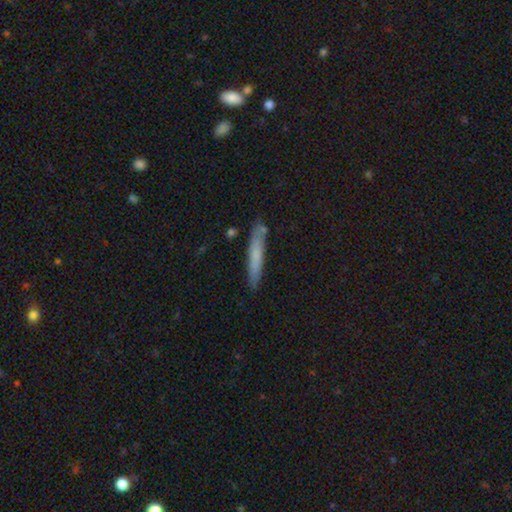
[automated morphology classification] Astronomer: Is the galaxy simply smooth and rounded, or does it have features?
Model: smooth — 69%.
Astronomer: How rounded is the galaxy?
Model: cigar-shaped — 93%.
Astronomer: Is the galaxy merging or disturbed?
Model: none — 81%.